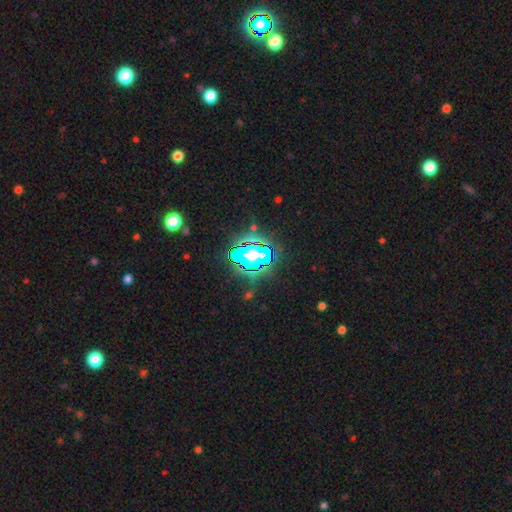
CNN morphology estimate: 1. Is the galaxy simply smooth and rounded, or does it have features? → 67% star or artifact, 18% smooth, 15% featured or disk.